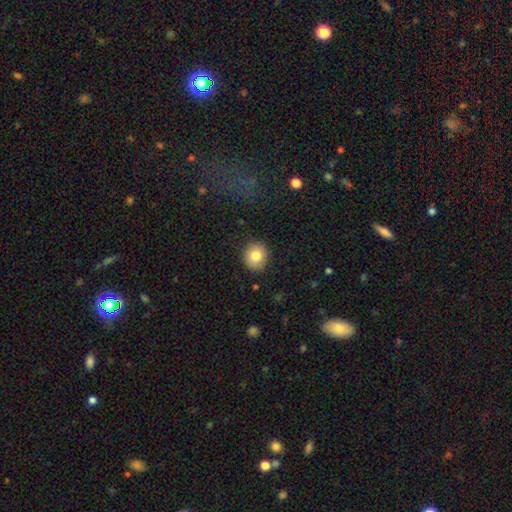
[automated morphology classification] Smooth or featured?
  - smooth: 80% *
  - featured or disk: 11%
  - star or artifact: 9%
How rounded?
  - round: 85% *
  - in between: 15%
  - cigar-shaped: 1%
Merging?
  - none: 89% *
  - minor disturbance: 8%
  - major disturbance: 2%
  - merger: 1%